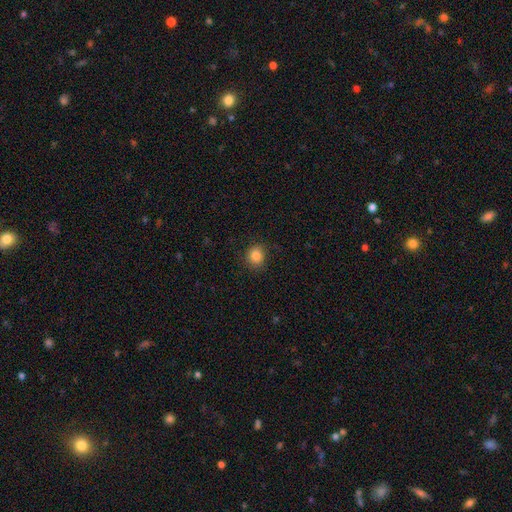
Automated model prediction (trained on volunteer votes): Smooth or featured? smooth (85%)
How rounded? round (82%)
Merging? none (86%)